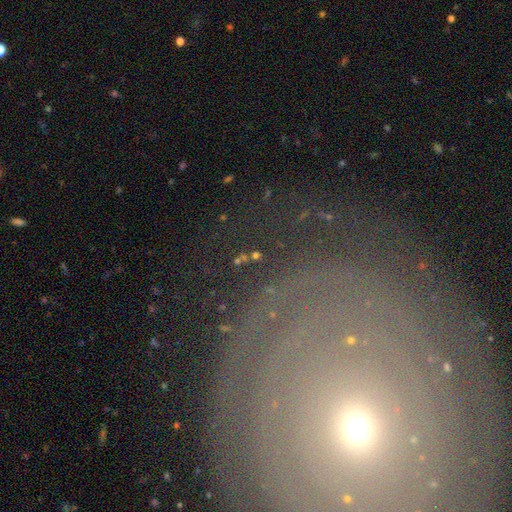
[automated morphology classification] Overall: star or artifact (55%; smooth 29%).